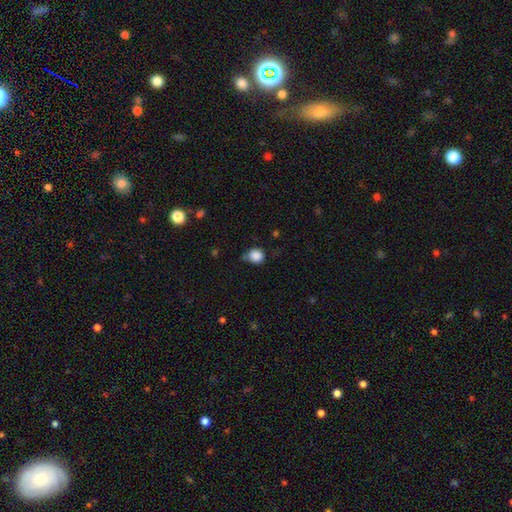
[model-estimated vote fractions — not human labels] A smooth galaxy with no disk features (86%) that is round (81%). Merging: none (63%).